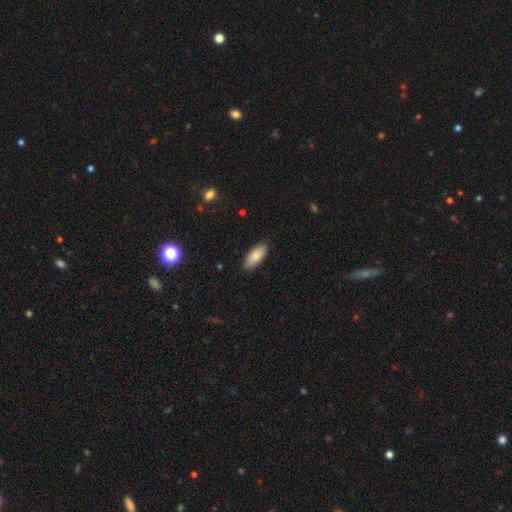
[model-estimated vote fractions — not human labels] A smooth galaxy with no disk features (82%) that is in between round and cigar-shaped (84%). Merging: none (87%).